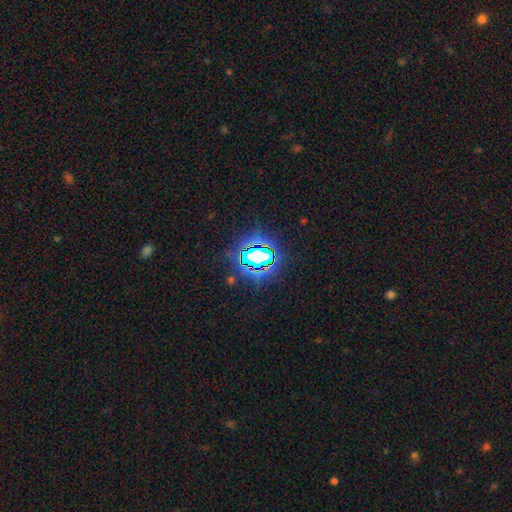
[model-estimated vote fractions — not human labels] The model was most divided on "smooth or featured": star or artifact: 69%, smooth: 19%, featured or disk: 13%.